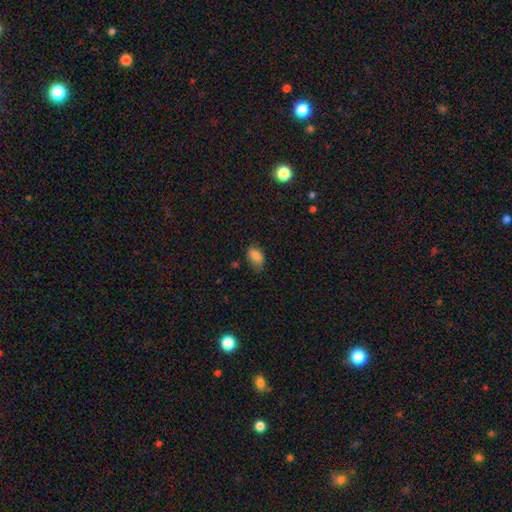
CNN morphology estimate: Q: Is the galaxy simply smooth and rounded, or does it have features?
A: smooth — 82%.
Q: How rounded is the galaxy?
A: in between — 89%.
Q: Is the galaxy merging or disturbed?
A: none — 63%.